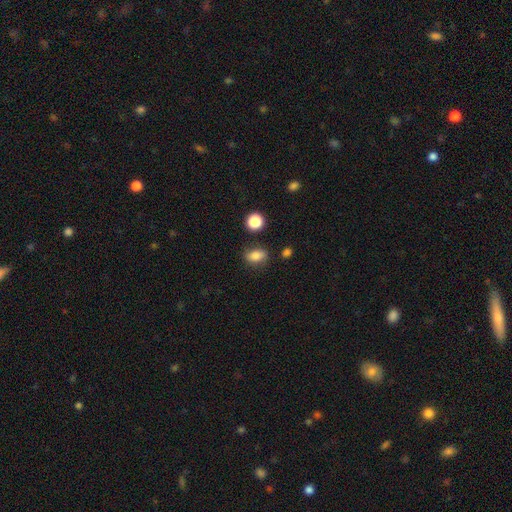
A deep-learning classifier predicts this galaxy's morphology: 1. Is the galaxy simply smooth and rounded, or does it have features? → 80% smooth, 11% star or artifact, 10% featured or disk.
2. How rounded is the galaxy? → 75% in between, 22% round, 3% cigar-shaped.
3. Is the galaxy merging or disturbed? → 74% none, 17% minor disturbance, 5% major disturbance, 4% merger.